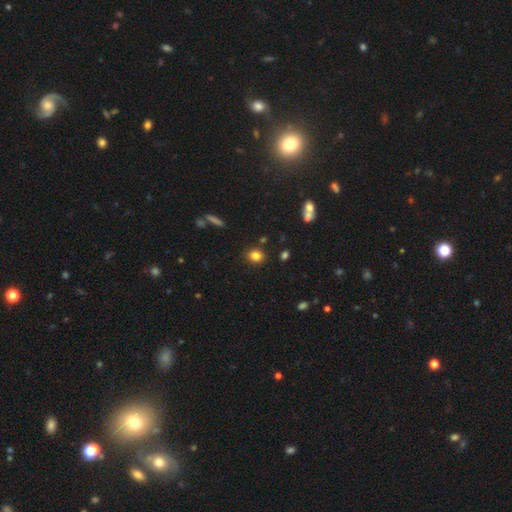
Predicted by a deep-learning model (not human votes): Morphology: type=smooth (81%); roundness=round (66%); merging=none (85%).